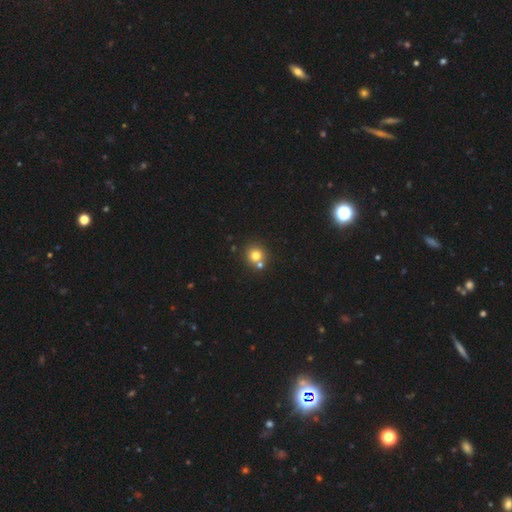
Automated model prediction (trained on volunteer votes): The model was most divided on "merging": none: 66%, merger: 25%, minor disturbance: 7%, major disturbance: 2%. More confident: how rounded — round (91%); smooth or featured — smooth (76%).